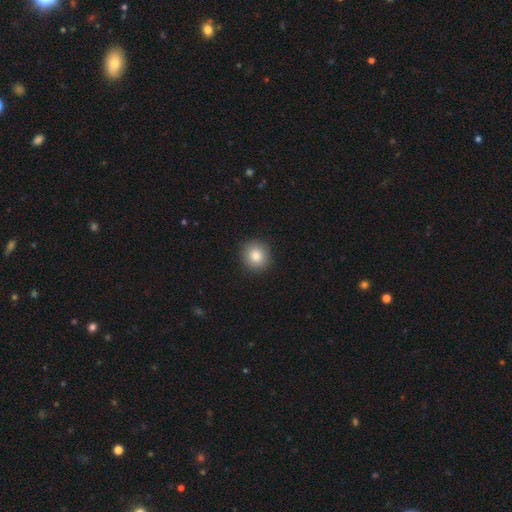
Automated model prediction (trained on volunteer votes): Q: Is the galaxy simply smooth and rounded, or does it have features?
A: smooth — 84%.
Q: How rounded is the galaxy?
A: round — 88%.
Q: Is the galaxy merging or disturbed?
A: none — 91%.